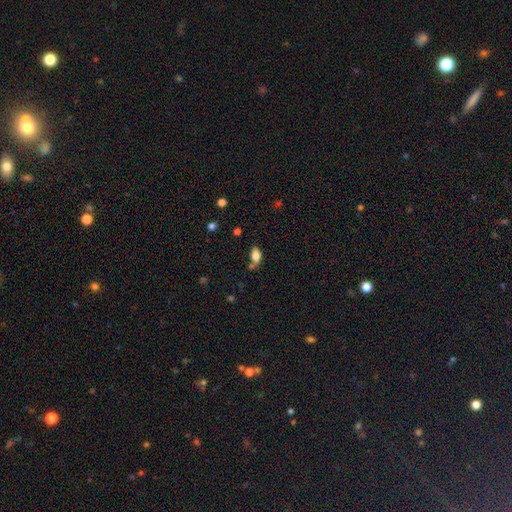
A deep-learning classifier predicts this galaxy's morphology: Smooth or featured? smooth (81%)
How rounded? in between (89%)
Merging? none (58%)